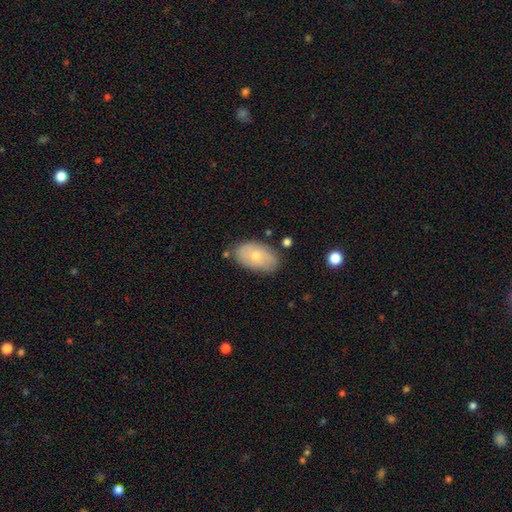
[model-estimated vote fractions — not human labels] A smooth galaxy with no disk features (68%) that is in between round and cigar-shaped (92%).

Vote fractions:
- Smooth or featured? smooth: 68% / featured or disk: 26% / star or artifact: 7%
- How rounded? in between: 92% / round: 7% / cigar-shaped: 1%
- Merging? none: 75% / minor disturbance: 18% / major disturbance: 4% / merger: 3%